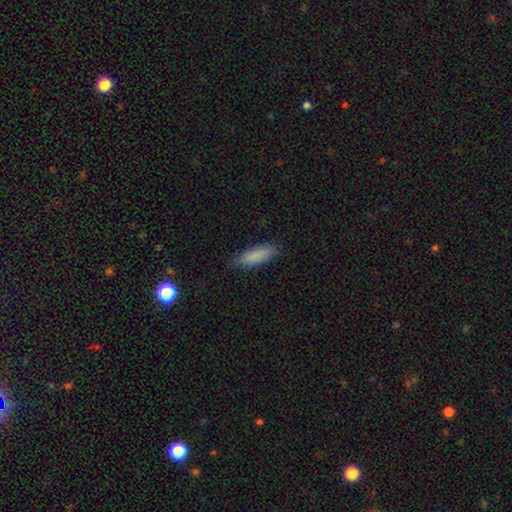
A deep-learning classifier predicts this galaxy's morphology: Smooth or featured?
  - smooth: 85% *
  - featured or disk: 8%
  - star or artifact: 7%
How rounded?
  - cigar-shaped: 51% *
  - in between: 48%
  - round: 2%
Merging?
  - none: 82% *
  - minor disturbance: 14%
  - major disturbance: 3%
  - merger: 1%